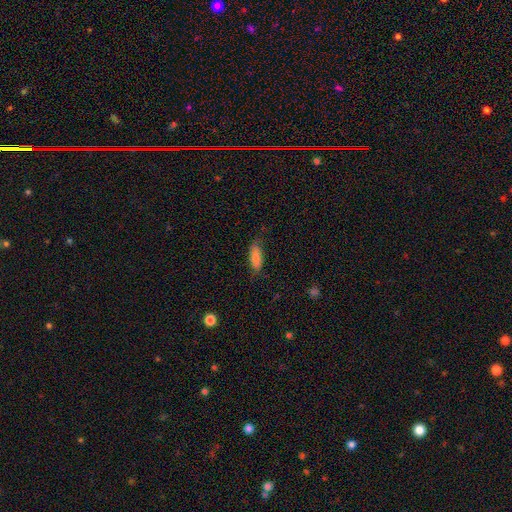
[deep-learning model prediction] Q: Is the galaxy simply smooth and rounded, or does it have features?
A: smooth — 84%.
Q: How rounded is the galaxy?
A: in between — 74%.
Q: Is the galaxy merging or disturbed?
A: none — 68%.